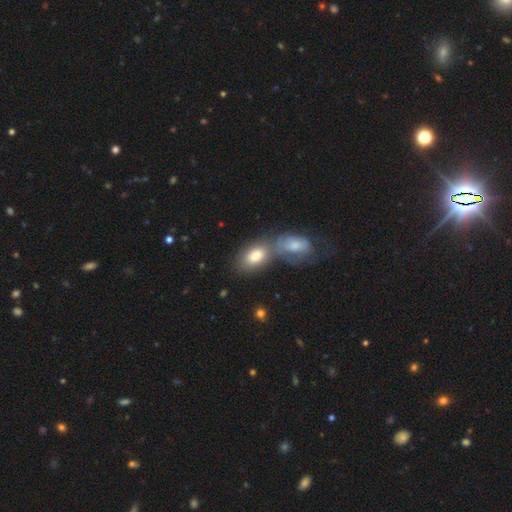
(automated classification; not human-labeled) Overall: smooth (78%). How rounded: in between (91%). Merging: merger (51%; none 35%).